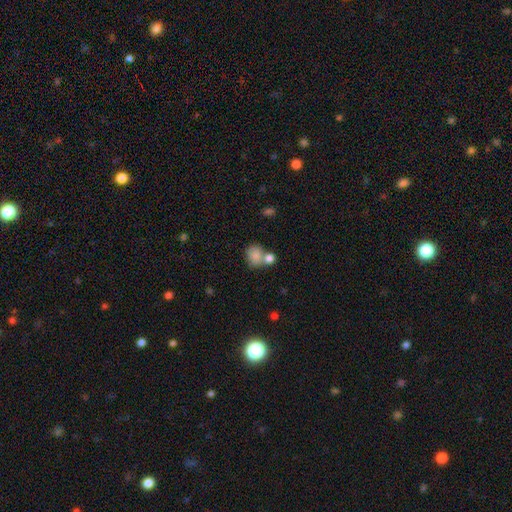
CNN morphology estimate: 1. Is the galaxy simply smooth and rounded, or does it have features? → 83% smooth, 9% star or artifact, 8% featured or disk.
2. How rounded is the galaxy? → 65% round, 34% in between, 1% cigar-shaped.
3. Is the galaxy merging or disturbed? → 42% none, 40% merger, 12% minor disturbance, 6% major disturbance.